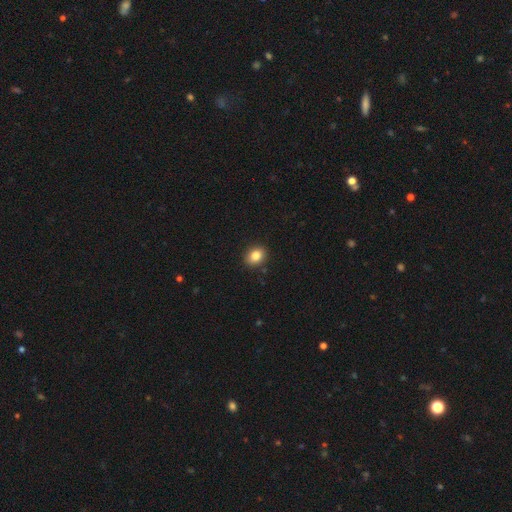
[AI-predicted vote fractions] smooth_or_featured: smooth (p=0.84) [alt: star or artifact p=0.10]
how_rounded: round (p=0.52) [alt: in between p=0.47]
merging: none (p=0.90) [alt: minor disturbance p=0.07]